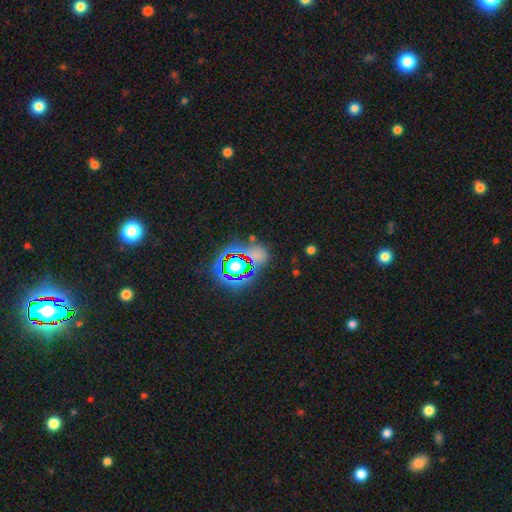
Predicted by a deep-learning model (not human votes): This is possibly a star or artifact rather than a galaxy (50%).